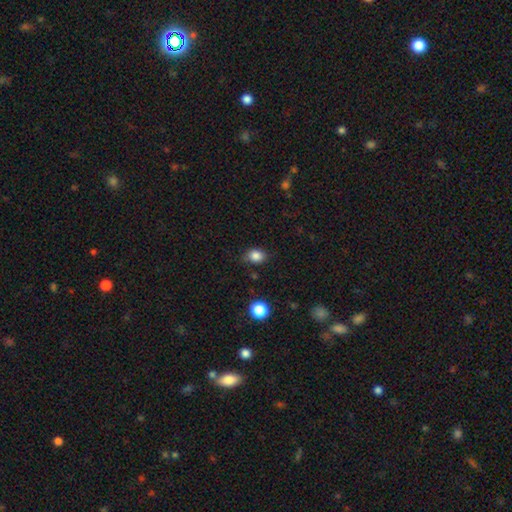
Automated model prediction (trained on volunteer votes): This is clearly a smooth galaxy (84%). How rounded: possibly in between (50%). Merging: likely none (77%).